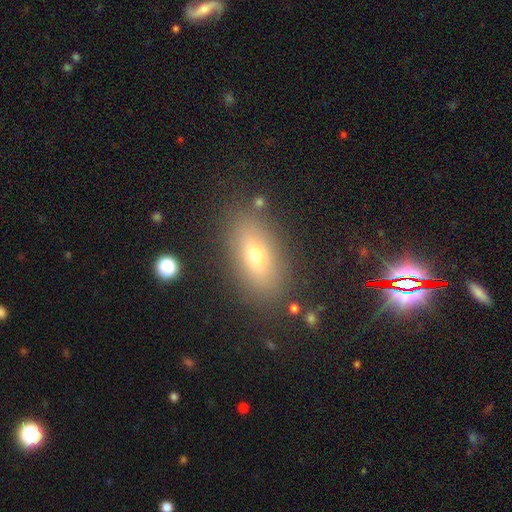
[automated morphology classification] A smooth galaxy with no disk features (66%) that is in between round and cigar-shaped (80%).

Vote fractions:
- Smooth or featured? smooth: 66% / featured or disk: 21% / star or artifact: 13%
- How rounded? in between: 80% / cigar-shaped: 11% / round: 9%
- Merging? none: 83% / minor disturbance: 10% / major disturbance: 4% / merger: 2%